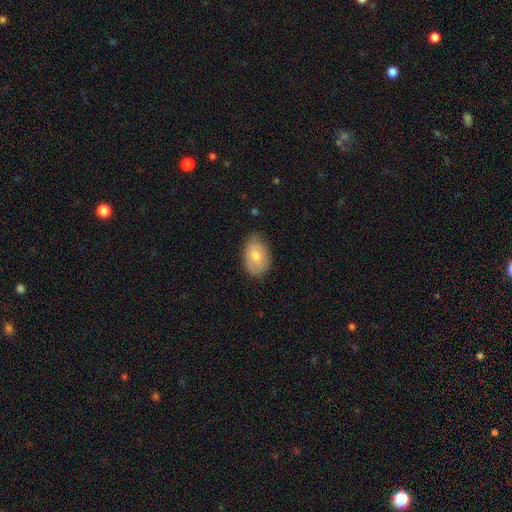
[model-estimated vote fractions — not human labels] This appears to be a smooth galaxy with no disk features (74%) that is in between round and cigar-shaped (83%). Merging: none (75%).